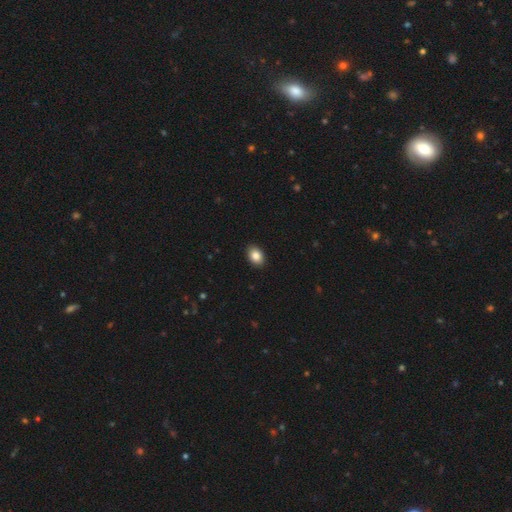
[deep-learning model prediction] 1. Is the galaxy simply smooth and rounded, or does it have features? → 86% smooth, 8% star or artifact, 6% featured or disk.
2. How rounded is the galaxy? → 80% in between, 19% round, 1% cigar-shaped.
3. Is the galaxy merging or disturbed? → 91% none, 7% minor disturbance, 2% major disturbance, 1% merger.